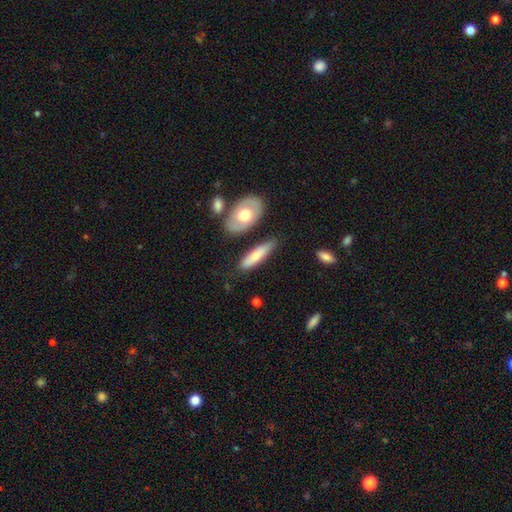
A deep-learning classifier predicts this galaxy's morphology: smooth 62%, featured or disk 32%, star or artifact 6%. Down the decision tree: how rounded — cigar-shaped (55%); merging — none (71%).